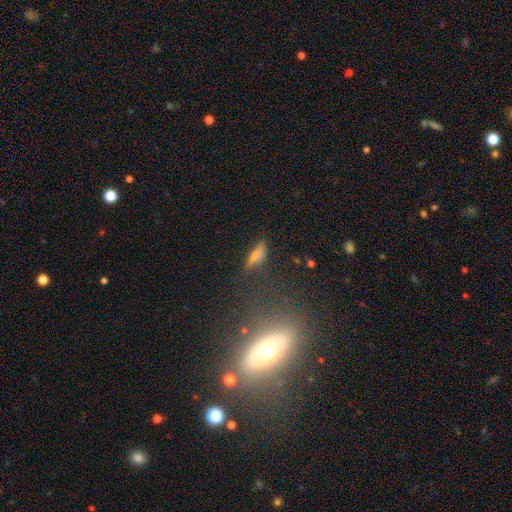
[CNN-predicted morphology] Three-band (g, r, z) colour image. It shows a smooth galaxy with no disk features (57%) that is in between round and cigar-shaped (54%). Merging: none (62%).